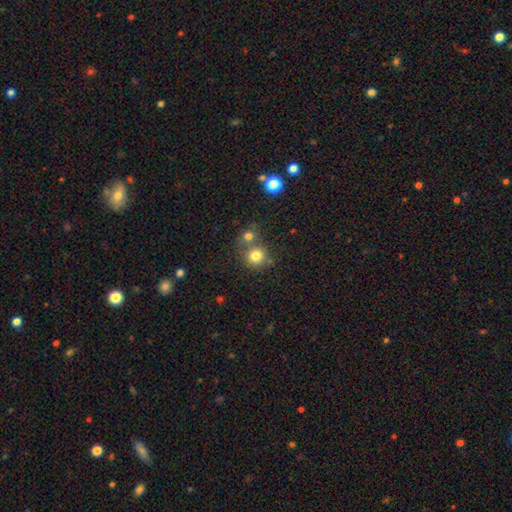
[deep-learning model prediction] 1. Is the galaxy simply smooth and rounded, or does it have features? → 79% smooth, 13% star or artifact, 8% featured or disk.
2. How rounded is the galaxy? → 89% round, 10% in between, 1% cigar-shaped.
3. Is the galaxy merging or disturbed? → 57% none, 32% merger, 8% minor disturbance, 3% major disturbance.